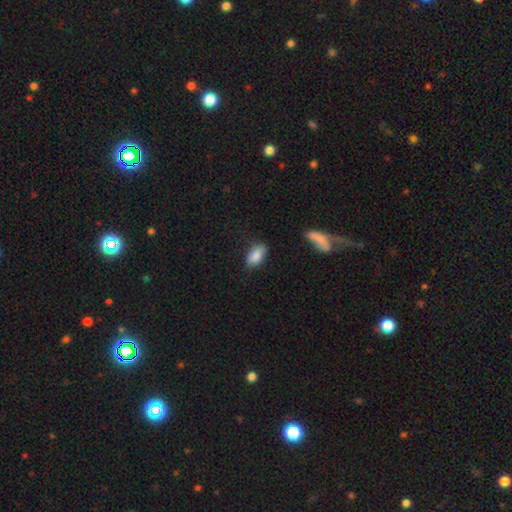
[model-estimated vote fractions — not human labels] Smooth or featured? Predicted: smooth (p=0.85). How rounded? Predicted: in between (p=0.91). Merging? Predicted: none (p=0.74).